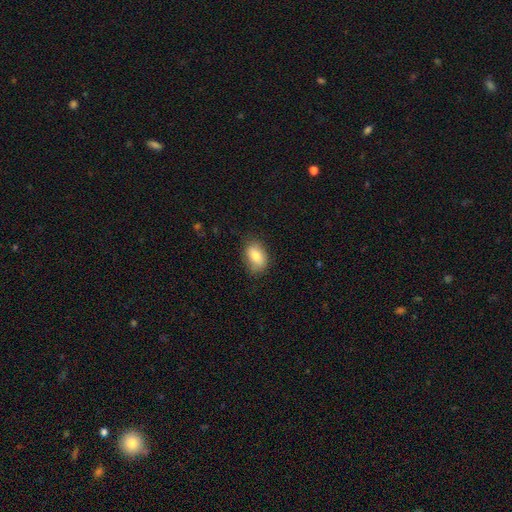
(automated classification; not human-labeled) Smooth or featured? smooth (79%)
How rounded? in between (82%)
Merging? none (76%)